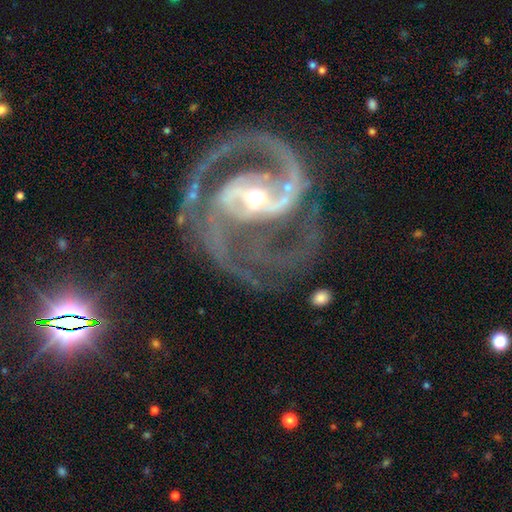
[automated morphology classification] A featured or disk galaxy (93%) with a strong bar (51%), 2 (80%) medium (60%) spiral arms (98%) and a moderate central bulge (54%).

Vote fractions:
- Smooth or featured? featured or disk: 93% / star or artifact: 5% / smooth: 2%
- Edge-on disk? no: 98% / yes: 2%
- Bar? strong: 51% / weak: 32% / no: 17%
- Spiral arms? yes: 98% / no: 2%
- Spiral winding? medium: 60% / tight: 29% / loose: 12%
- Spiral arm count? 2: 80% / 3: 9% / can't tell: 4% / 1: 3% / 4: 3% / more than 4: 3%
- Bulge size? moderate: 54% / small: 40% / large: 5% / none: 1% / dominant: 1%
- Merging? none: 65% / minor disturbance: 16% / major disturbance: 15% / merger: 3%